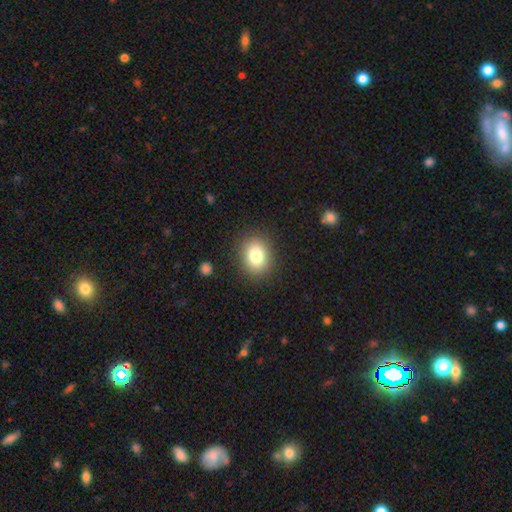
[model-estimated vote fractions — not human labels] Morphology: type=smooth (81%); roundness=round (52%); merging=none (87%).